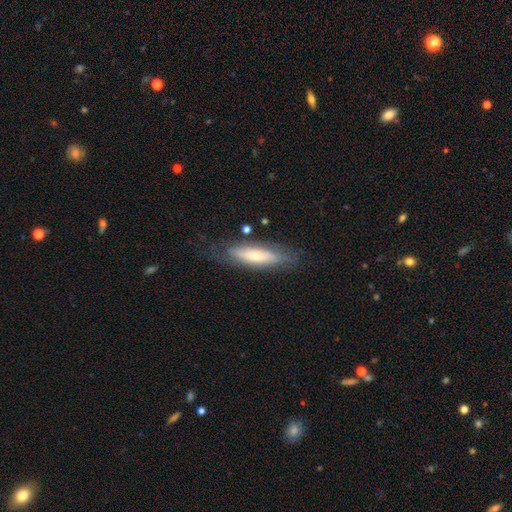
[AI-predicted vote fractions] This is possibly a smooth galaxy (53%). How rounded: likely cigar-shaped (62%). Merging: likely none (72%).